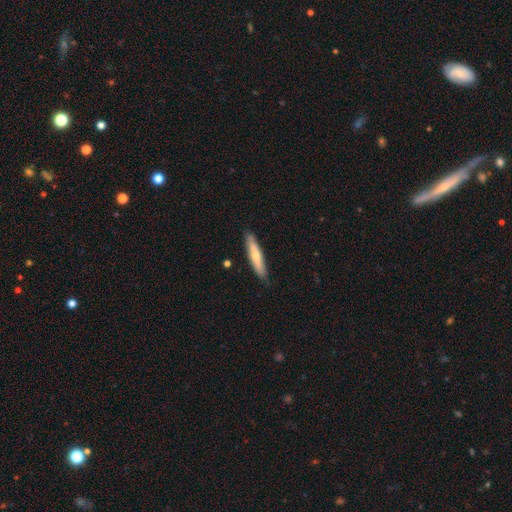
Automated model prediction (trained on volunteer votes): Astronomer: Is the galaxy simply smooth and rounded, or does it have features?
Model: smooth — 61%.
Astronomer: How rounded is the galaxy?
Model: cigar-shaped — 88%.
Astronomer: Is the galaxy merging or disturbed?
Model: none — 84%.